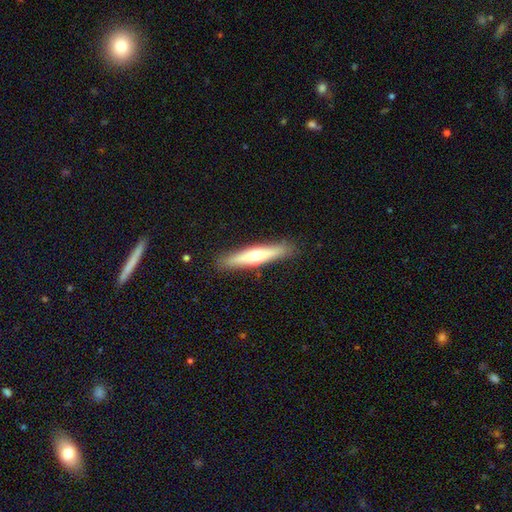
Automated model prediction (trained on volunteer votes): Morphology: type=smooth (49%); merging=none (88%).